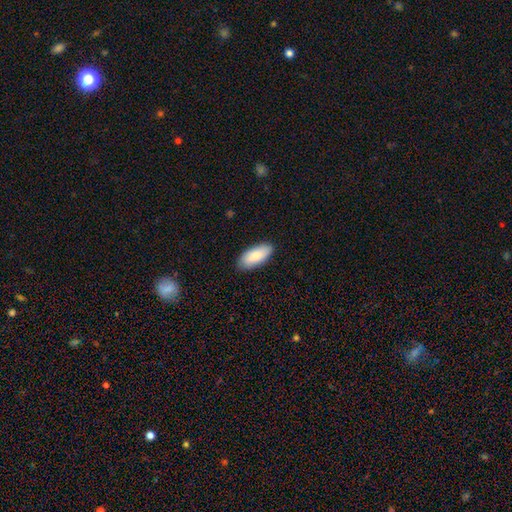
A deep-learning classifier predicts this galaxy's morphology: smooth 86%, featured or disk 9%, star or artifact 6%. Down the decision tree: how rounded — in between (88%); merging — none (87%).